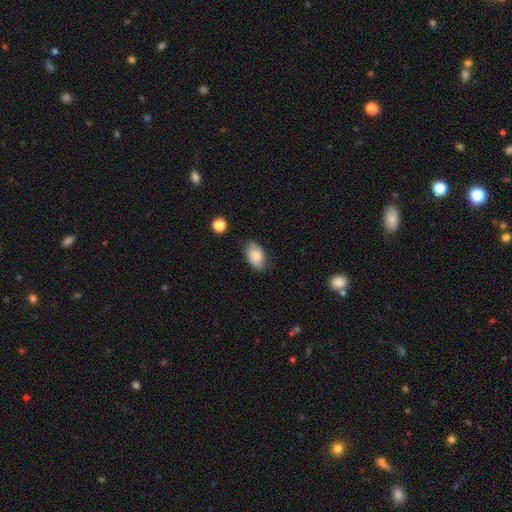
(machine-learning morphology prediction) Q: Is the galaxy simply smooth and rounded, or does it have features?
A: smooth — 83%.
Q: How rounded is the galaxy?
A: in between — 90%.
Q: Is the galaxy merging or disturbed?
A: none — 78%.